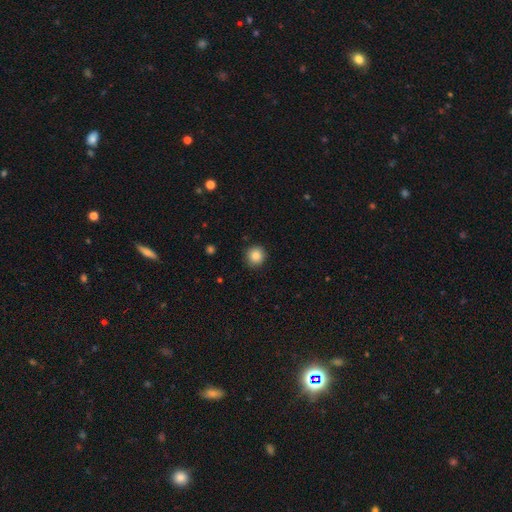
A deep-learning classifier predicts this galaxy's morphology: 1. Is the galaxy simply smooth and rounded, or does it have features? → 86% smooth, 10% star or artifact, 4% featured or disk.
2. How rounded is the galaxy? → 94% round, 5% in between, 1% cigar-shaped.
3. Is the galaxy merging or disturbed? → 91% none, 6% minor disturbance, 2% major disturbance, 1% merger.